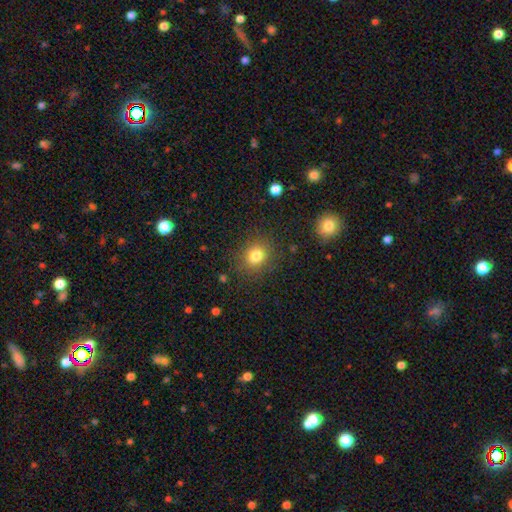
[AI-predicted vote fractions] Smooth or featured? smooth (81%)
How rounded? round (71%)
Merging? none (84%)